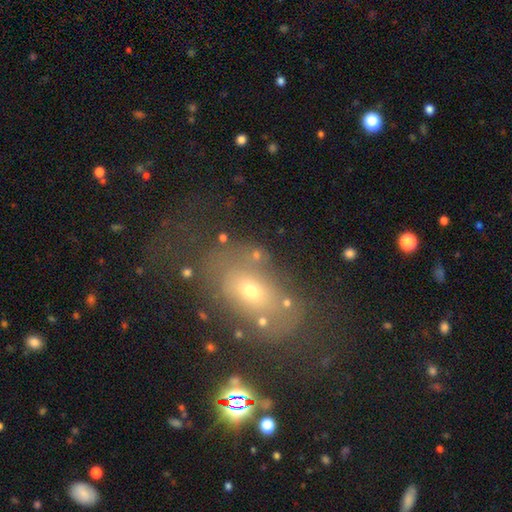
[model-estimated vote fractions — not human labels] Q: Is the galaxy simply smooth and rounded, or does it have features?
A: smooth — 56%.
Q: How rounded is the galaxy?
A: in between — 75%.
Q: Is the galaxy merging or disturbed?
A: none — 55%.